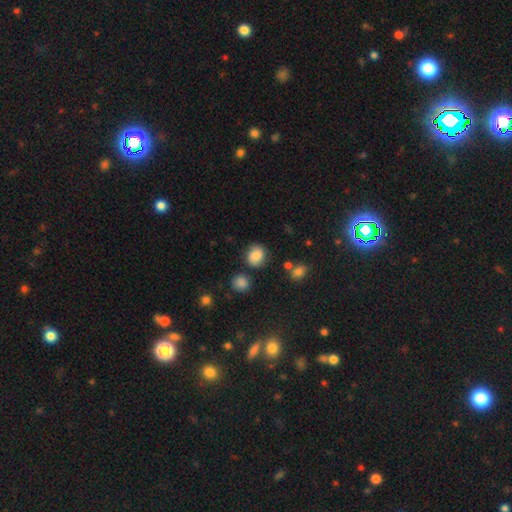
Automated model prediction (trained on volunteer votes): smooth 79%, featured or disk 11%, star or artifact 10%. Down the decision tree: how rounded — round (76%); merging — none (77%).